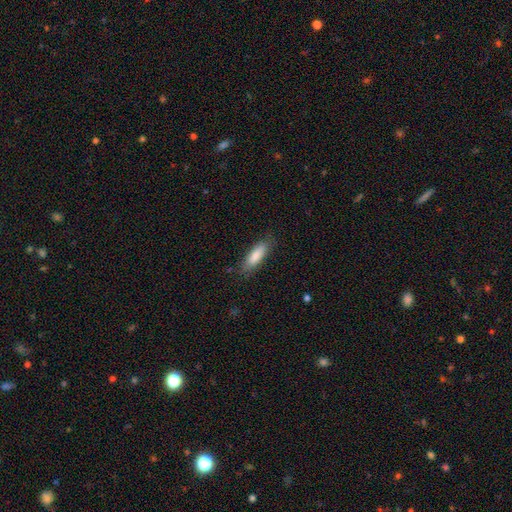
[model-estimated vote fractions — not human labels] Morphology: type=smooth (84%); roundness=in between (51%); merging=none (80%).